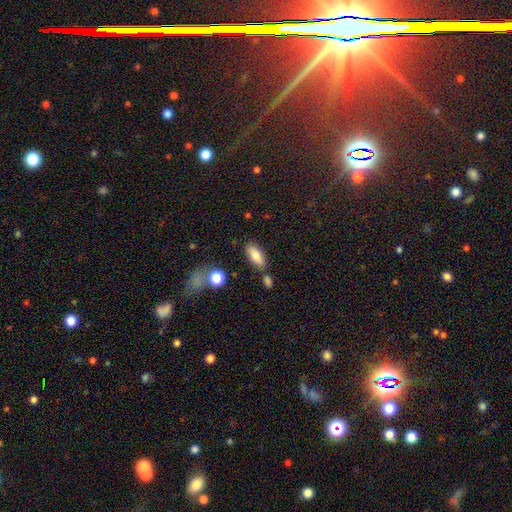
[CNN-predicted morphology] smooth 80%, featured or disk 13%, star or artifact 8%. Down the decision tree: how rounded — in between (82%); merging — none (76%).